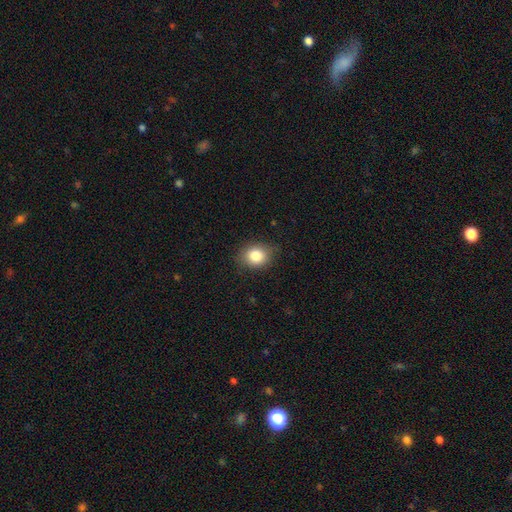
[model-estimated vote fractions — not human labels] Overall: smooth (84%). How rounded: round (56%; in between 44%). Merging: none (81%).